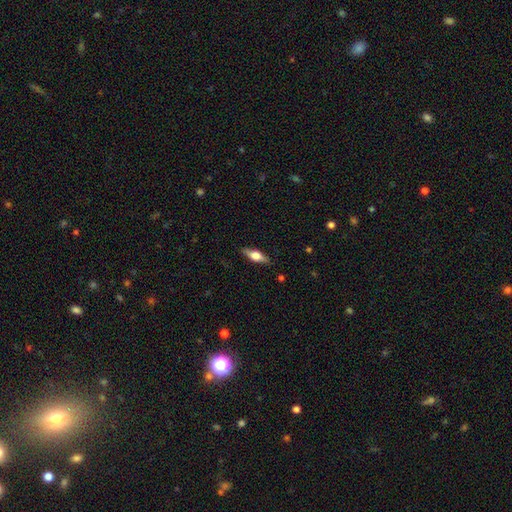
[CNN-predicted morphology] Smooth or featured?
  - featured or disk: 59% *
  - smooth: 35%
  - star or artifact: 6%
Edge-on disk?
  - yes: 95% *
  - no: 5%
Edge-on bulge?
  - rounded: 91% *
  - boxy: 8%
  - none: 2%
Merging?
  - none: 86% *
  - minor disturbance: 10%
  - major disturbance: 2%
  - merger: 1%